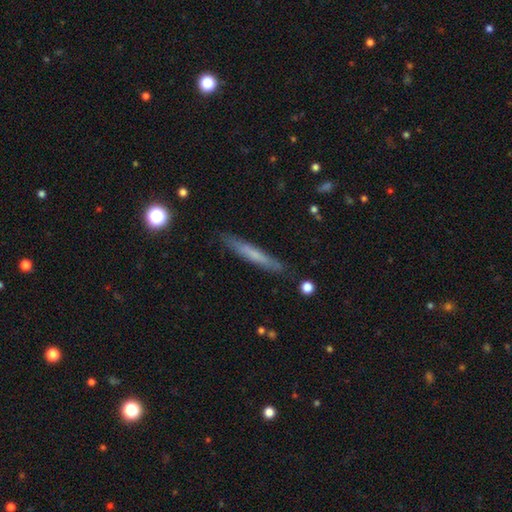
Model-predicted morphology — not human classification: Overall: smooth (58%; featured or disk 35%). How rounded: cigar-shaped (95%). Merging: none (87%).